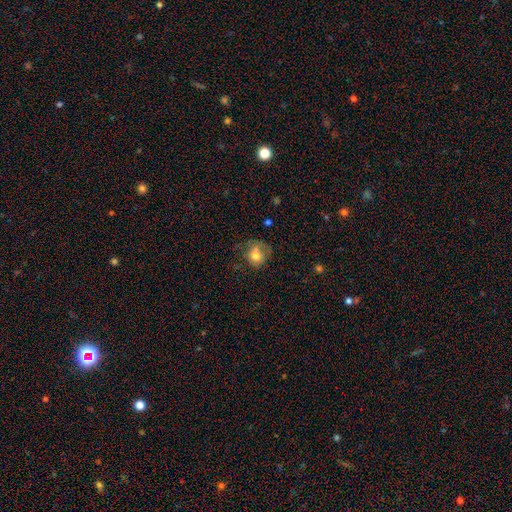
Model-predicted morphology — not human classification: Smooth or featured? smooth (67%)
How rounded? round (68%)
Merging? none (41%)